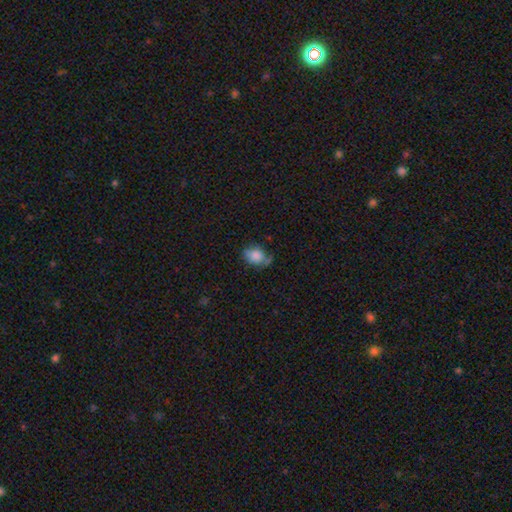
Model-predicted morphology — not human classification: This is likely a smooth galaxy (79%). How rounded: possibly in between (57%). Merging: possibly none (48%).